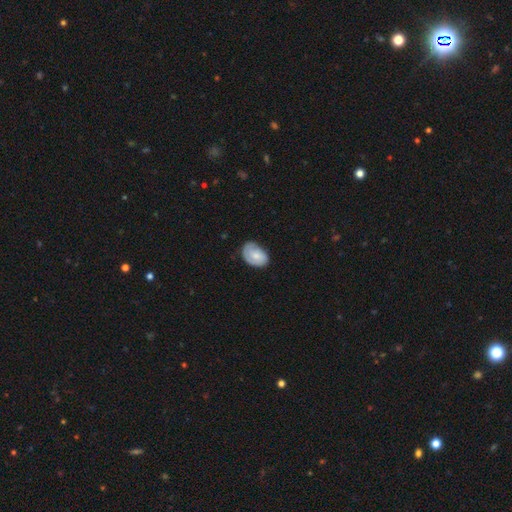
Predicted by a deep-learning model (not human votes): Smooth or featured: smooth — 55% (featured or disk — 39%)
How rounded: in between — 82% (round — 17%)
Merging: none — 59% (minor disturbance — 31%)